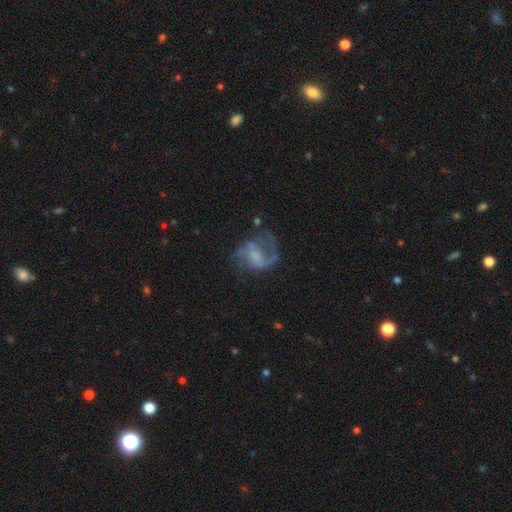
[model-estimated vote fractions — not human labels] smooth-or-featured: featured or disk: 70% | smooth: 20% | star or artifact: 10%
  disk-edge-on: no: 98% | yes: 2%
    bar: weak: 45% | no: 37% | strong: 18%
    has-spiral-arms: yes: 78% | no: 22%
      spiral-winding: loose: 49% | medium: 40% | tight: 11%
      spiral-arm-count: 2: 60% | 1: 20% | can't tell: 13% | 3: 4% | 4: 2% | more than 4: 2%
    bulge-size: none: 41% | small: 25% | moderate: 24% | large: 9% | dominant: 2%
  merging: none: 43% | major disturbance: 34% | minor disturbance: 19% | merger: 4%